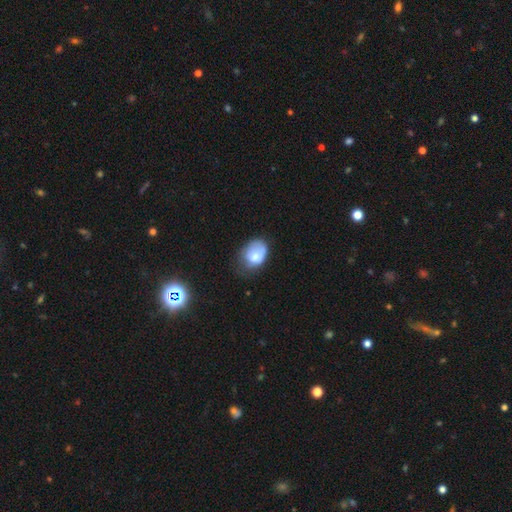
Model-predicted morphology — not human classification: Q: Smooth or featured?
A: smooth (72%); runner-up: featured or disk (20%)
Q: How rounded?
A: in between (69%); runner-up: round (30%)
Q: Merging?
A: minor disturbance (40%); runner-up: none (37%)